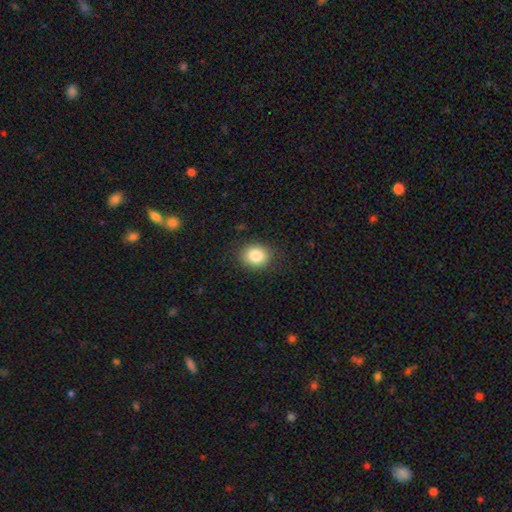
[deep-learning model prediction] A smooth galaxy with no disk features (84%) that is round (60%).

Vote fractions:
- Smooth or featured? smooth: 84% / star or artifact: 9% / featured or disk: 7%
- How rounded? round: 60% / in between: 39% / cigar-shaped: 1%
- Merging? none: 87% / minor disturbance: 9% / major disturbance: 3% / merger: 1%